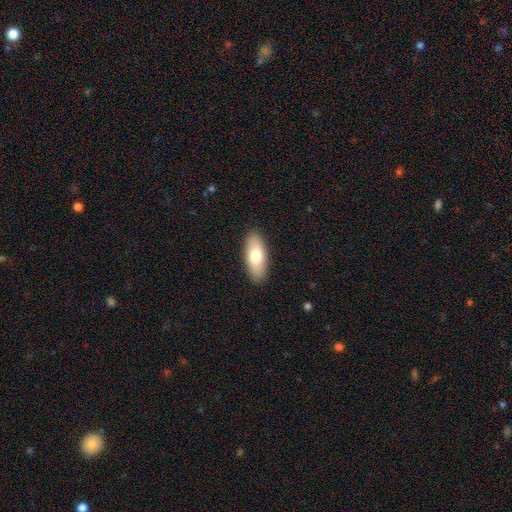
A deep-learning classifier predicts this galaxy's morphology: smooth 74%, featured or disk 20%, star or artifact 6%. Down the decision tree: how rounded — in between (81%); merging — none (89%).